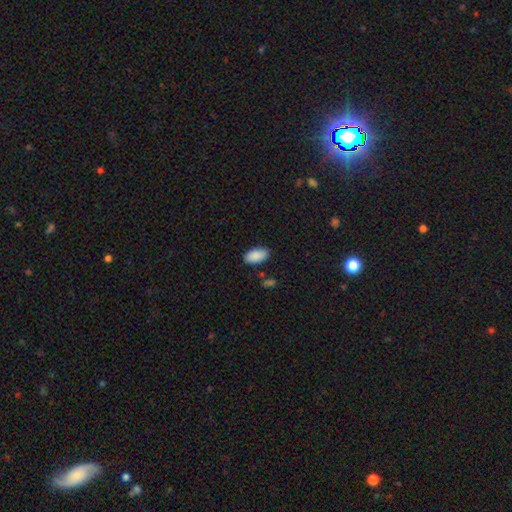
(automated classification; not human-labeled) Smooth or featured: smooth — 90% (star or artifact — 7%)
How rounded: in between — 95% (cigar-shaped — 3%)
Merging: none — 83% (minor disturbance — 12%)